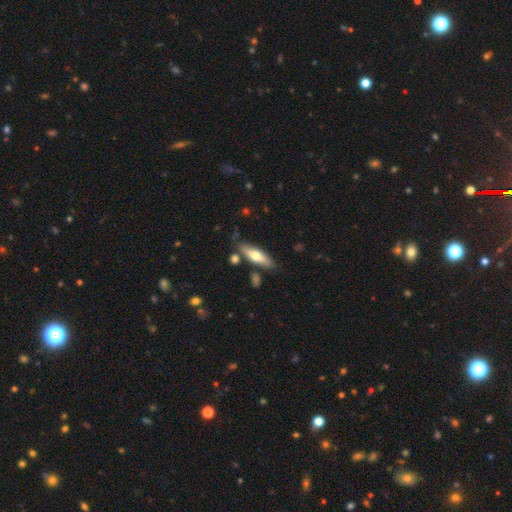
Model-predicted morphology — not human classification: A smooth galaxy with no disk features (56%) that is cigar-shaped (50%). Merging: none (75%).